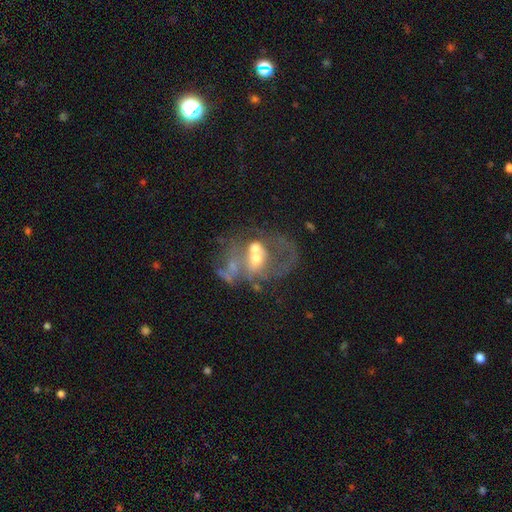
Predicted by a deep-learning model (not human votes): The model was most divided on "spiral arms": no: 62%, yes: 38%. Remaining: edge-on disk — no (97%); bar — no (76%); smooth or featured — featured or disk (67%); bulge size — moderate (55%); merging — merger (50%).